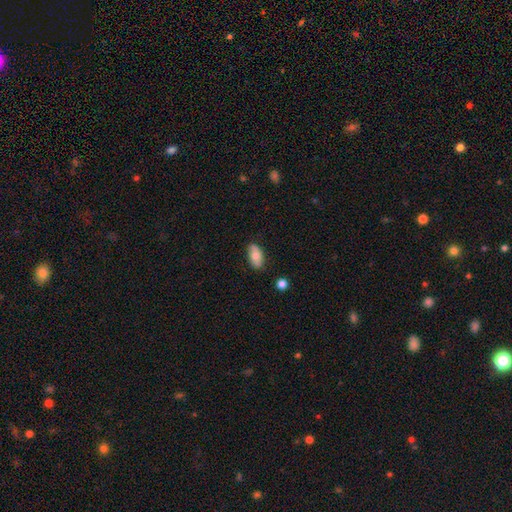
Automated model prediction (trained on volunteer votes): Smooth or featured? smooth (74%)
How rounded? in between (91%)
Merging? none (81%)